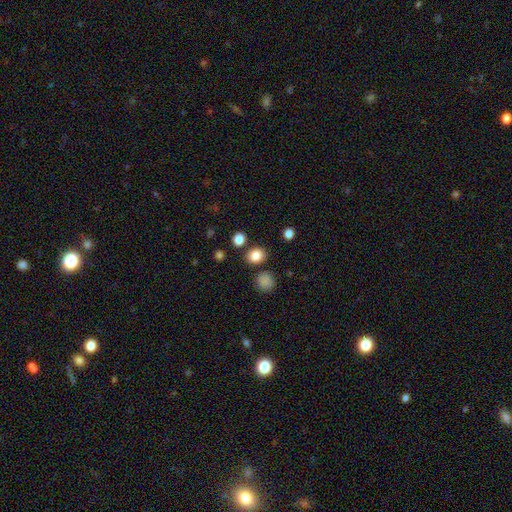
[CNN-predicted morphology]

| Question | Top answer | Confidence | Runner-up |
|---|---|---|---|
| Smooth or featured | smooth | 83% | star or artifact (12%) |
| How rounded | round | 61% | in between (38%) |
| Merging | none | 82% | minor disturbance (9%) |